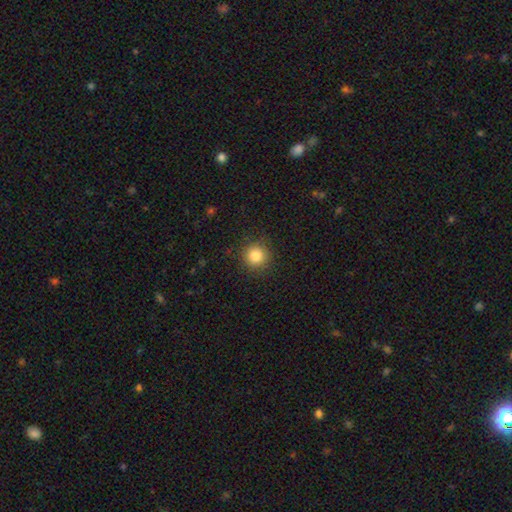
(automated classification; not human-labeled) Overall: smooth (84%). How rounded: round (94%). Merging: none (90%).